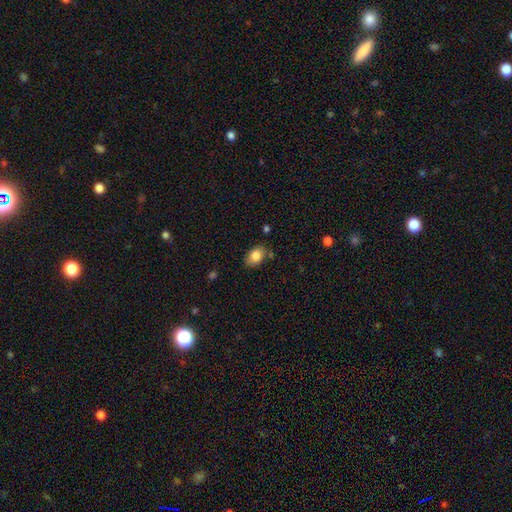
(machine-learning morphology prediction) Smooth or featured?
  - smooth: 84% *
  - star or artifact: 8%
  - featured or disk: 8%
How rounded?
  - in between: 78% *
  - round: 21%
  - cigar-shaped: 1%
Merging?
  - none: 77% *
  - minor disturbance: 16%
  - merger: 4%
  - major disturbance: 3%